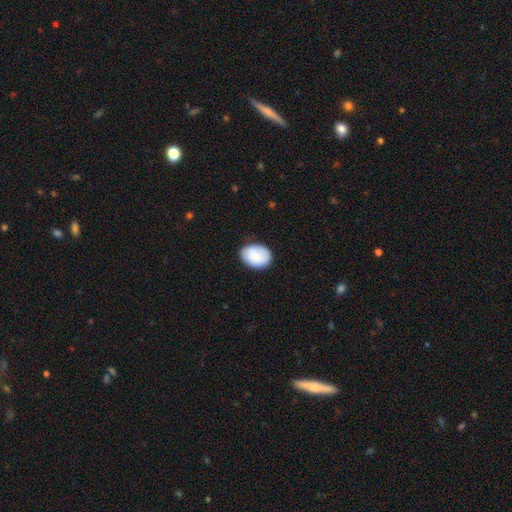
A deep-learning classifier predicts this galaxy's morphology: Overall: smooth (79%). How rounded: in between (71%). Merging: none (78%).